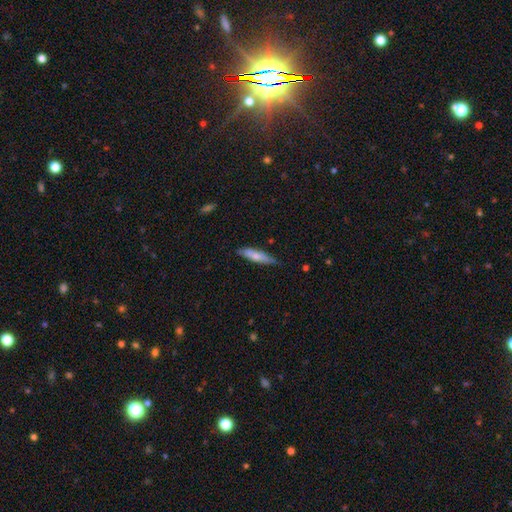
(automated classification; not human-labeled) smooth 65%, featured or disk 30%, star or artifact 6%. Down the decision tree: how rounded — cigar-shaped (78%); merging — none (70%).